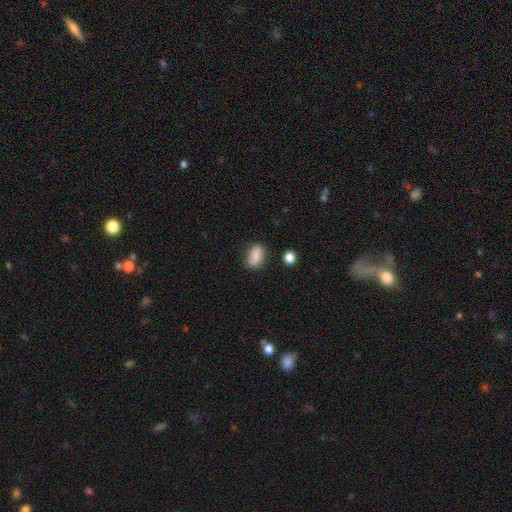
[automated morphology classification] Smooth or featured? Predicted: smooth (p=0.86). How rounded? Predicted: in between (p=0.85). Merging? Predicted: none (p=0.76).